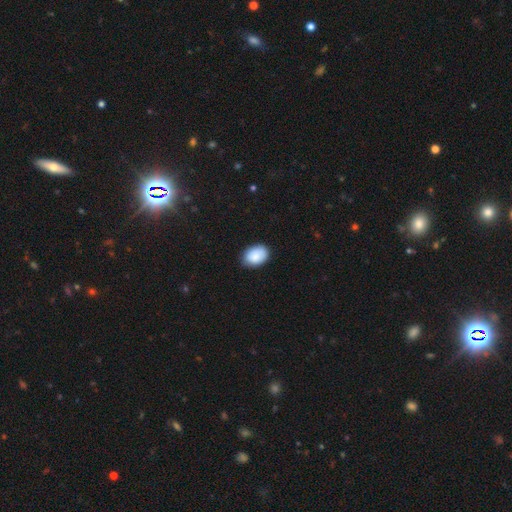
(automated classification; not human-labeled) A smooth galaxy with no disk features (89%) that is in between round and cigar-shaped (80%).

Vote fractions:
- Smooth or featured? smooth: 89% / star or artifact: 7% / featured or disk: 5%
- How rounded? in between: 80% / round: 19% / cigar-shaped: 1%
- Merging? none: 79% / minor disturbance: 17% / major disturbance: 3% / merger: 1%